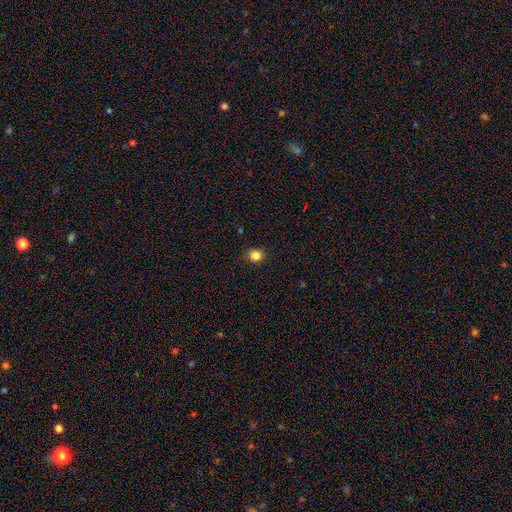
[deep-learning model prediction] Q: Smooth or featured?
A: smooth (84%); runner-up: star or artifact (12%)
Q: How rounded?
A: round (77%); runner-up: in between (23%)
Q: Merging?
A: none (89%); runner-up: minor disturbance (8%)